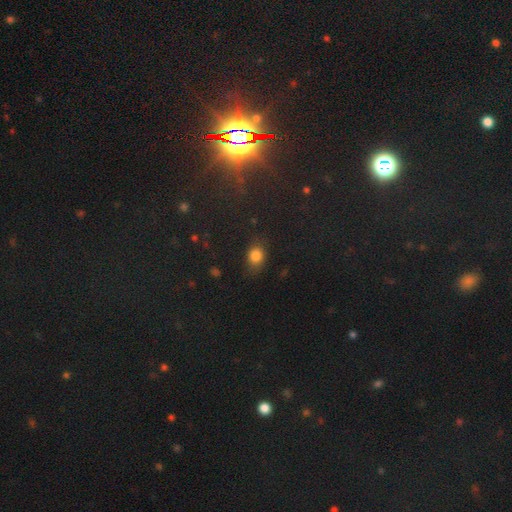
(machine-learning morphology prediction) smooth 81%, star or artifact 12%, featured or disk 6%. Down the decision tree: how rounded — round (52%); merging — none (73%).